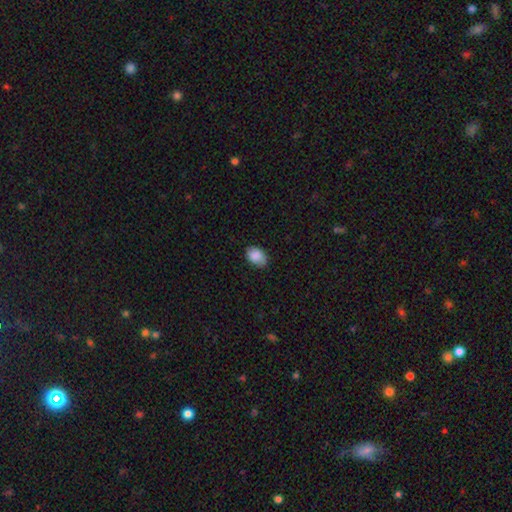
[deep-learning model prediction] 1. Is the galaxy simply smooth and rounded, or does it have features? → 88% smooth, 7% star or artifact, 5% featured or disk.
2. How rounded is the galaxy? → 82% in between, 17% round, 1% cigar-shaped.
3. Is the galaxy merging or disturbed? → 76% none, 20% minor disturbance, 3% major disturbance, 1% merger.